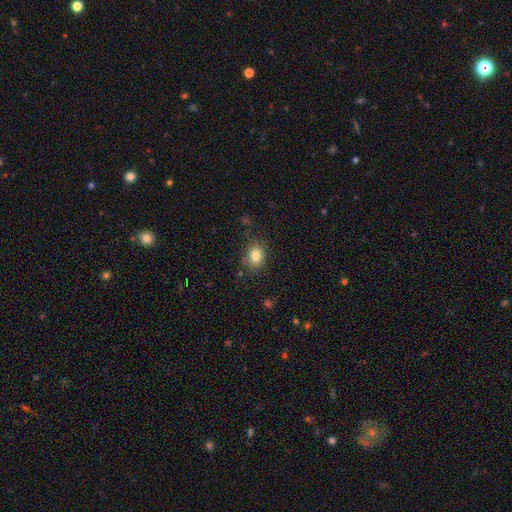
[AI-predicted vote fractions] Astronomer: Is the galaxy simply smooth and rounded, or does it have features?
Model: smooth — 81%.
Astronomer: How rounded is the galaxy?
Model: round — 55% (runner-up: in between, 44%).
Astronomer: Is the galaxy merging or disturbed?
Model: none — 78%.